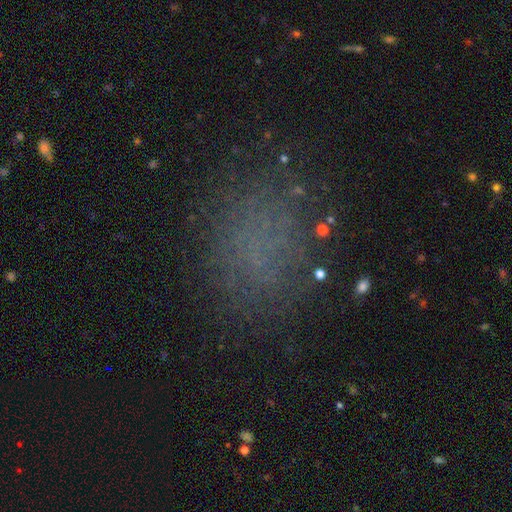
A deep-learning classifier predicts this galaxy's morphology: Q: Smooth or featured?
A: smooth (55%); runner-up: star or artifact (28%)
Q: How rounded?
A: round (50%); runner-up: in between (49%)
Q: Merging?
A: none (74%); runner-up: minor disturbance (14%)